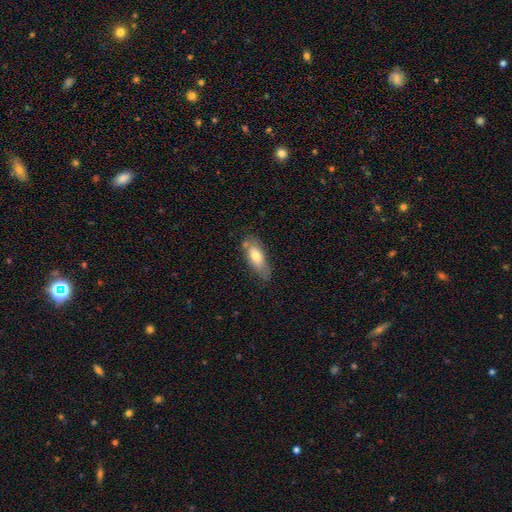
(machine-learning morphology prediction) smooth 72%, featured or disk 21%, star or artifact 6%. Down the decision tree: how rounded — in between (75%); merging — none (65%).